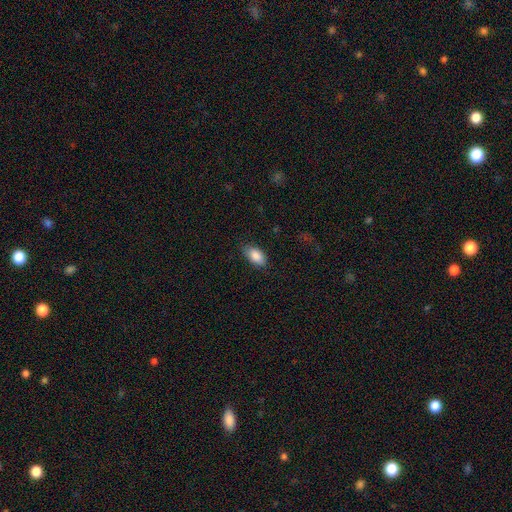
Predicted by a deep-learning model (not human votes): Smooth or featured? smooth (87%)
How rounded? in between (93%)
Merging? none (80%)